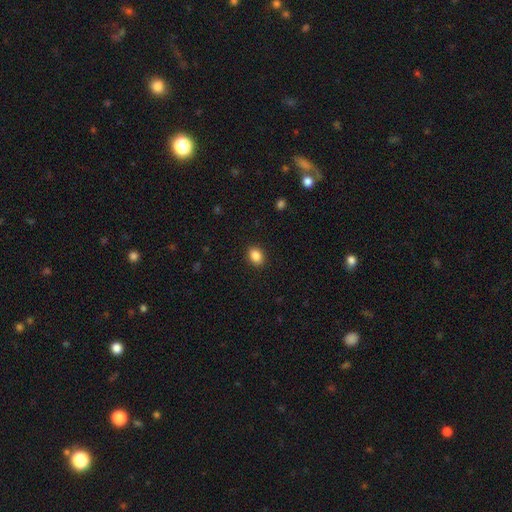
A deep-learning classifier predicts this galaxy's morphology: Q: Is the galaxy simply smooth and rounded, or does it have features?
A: smooth — 88%.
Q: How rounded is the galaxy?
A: in between — 69%.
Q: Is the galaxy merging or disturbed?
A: none — 90%.